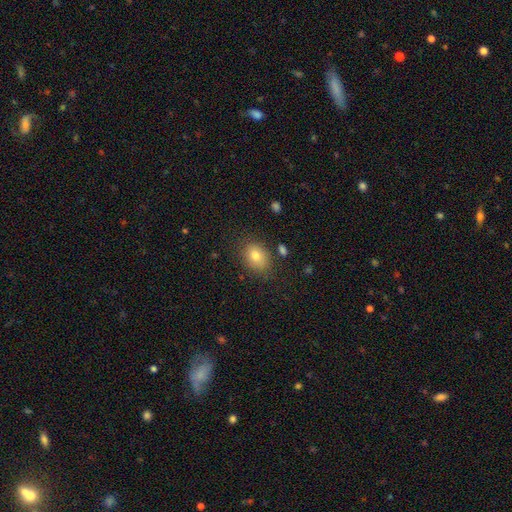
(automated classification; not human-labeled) Smooth or featured: smooth — 79% (star or artifact — 11%)
How rounded: in between — 62% (round — 37%)
Merging: none — 80% (minor disturbance — 13%)